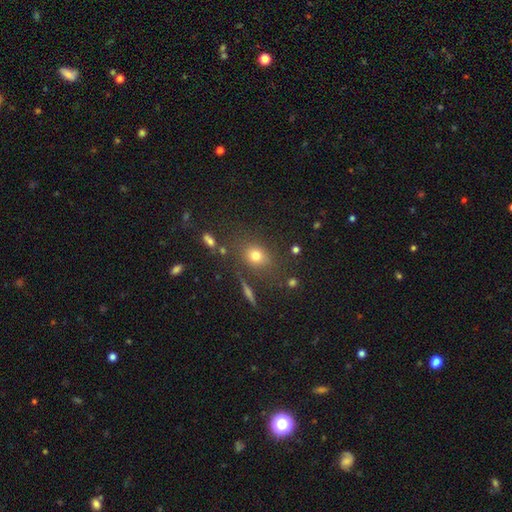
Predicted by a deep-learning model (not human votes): The model was most divided on "how rounded": round: 57%, in between: 41%, cigar-shaped: 3%. More confident: merging — none (77%); smooth or featured — smooth (72%).